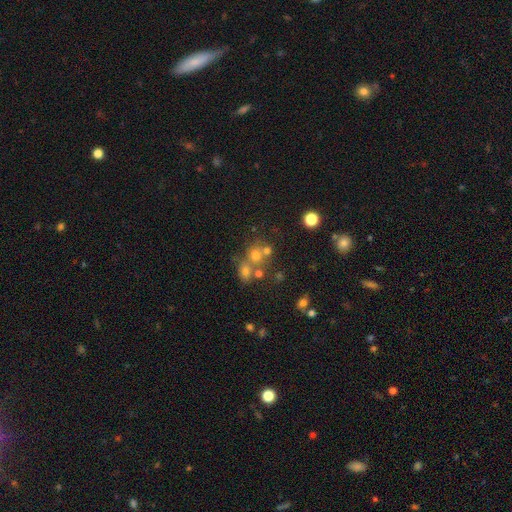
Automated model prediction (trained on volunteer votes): smooth_or_featured: smooth (p=0.54) [alt: star or artifact p=0.28]
how_rounded: round (p=0.81) [alt: in between p=0.18]
merging: none (p=0.46) [alt: merger p=0.41]